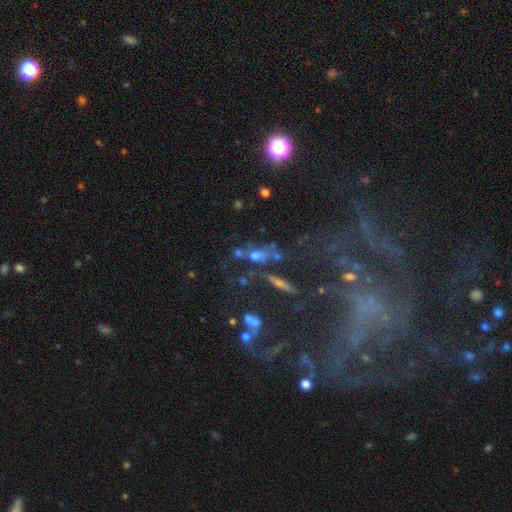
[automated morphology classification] A smooth galaxy with no disk features (51%) that is in between round and cigar-shaped (43%). Merging: none (44%).